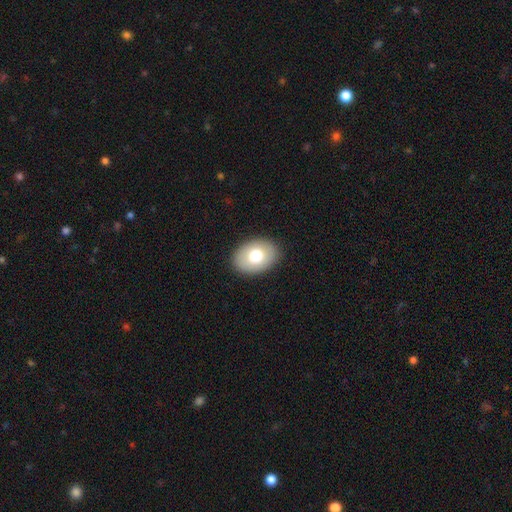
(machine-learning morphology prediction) type=smooth (76%); roundness=in between (82%); merging=none (89%).